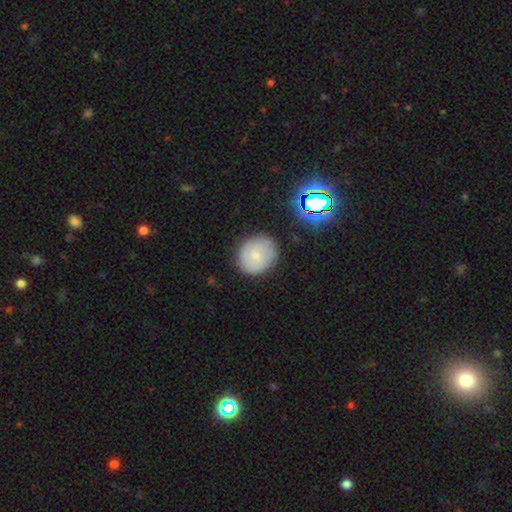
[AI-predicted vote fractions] Smooth or featured?
  - smooth: 57% *
  - featured or disk: 33%
  - star or artifact: 10%
How rounded?
  - round: 79% *
  - in between: 20%
  - cigar-shaped: 1%
Merging?
  - none: 83% *
  - minor disturbance: 12%
  - major disturbance: 3%
  - merger: 2%